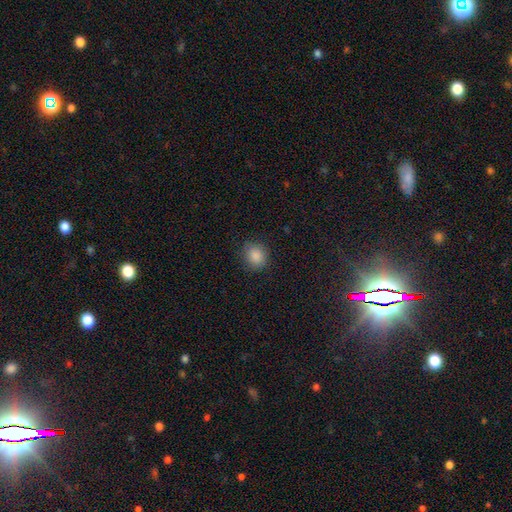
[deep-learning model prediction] The model was most divided on "how rounded": round: 74%, in between: 25%, cigar-shaped: 1%. More confident: smooth or featured — smooth (87%); merging — none (85%).